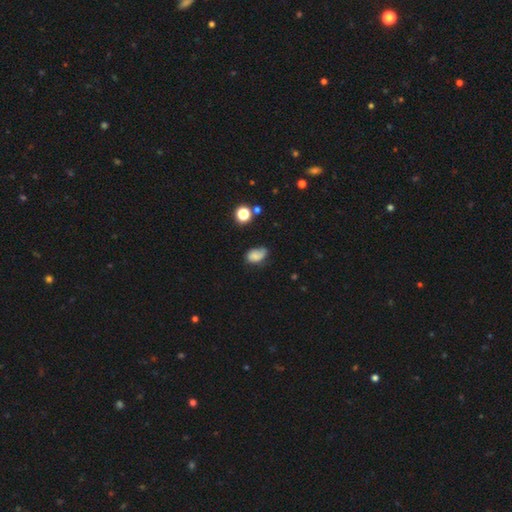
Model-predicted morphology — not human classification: Smooth or featured? Predicted: smooth (p=0.71). How rounded? Predicted: in between (p=0.83). Merging? Predicted: none (p=0.49).